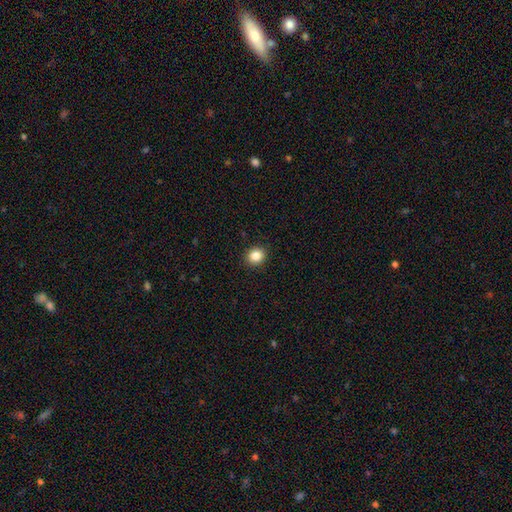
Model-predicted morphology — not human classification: Q: Smooth or featured?
A: smooth (85%); runner-up: star or artifact (10%)
Q: How rounded?
A: round (79%); runner-up: in between (20%)
Q: Merging?
A: none (91%); runner-up: minor disturbance (6%)